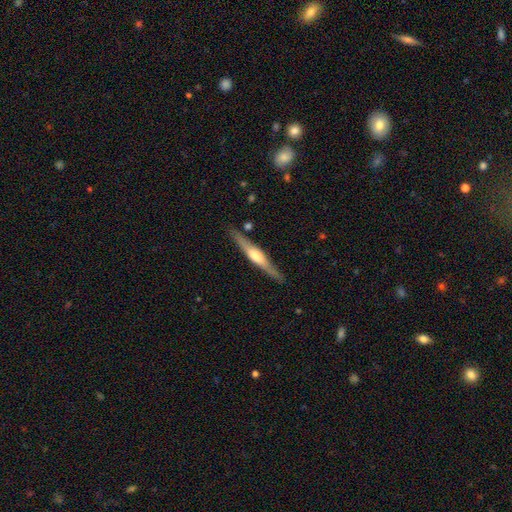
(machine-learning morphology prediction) type=featured or disk (68%); edge-on=yes (97%); edge-on bulge=rounded (77%); merging=none (87%).